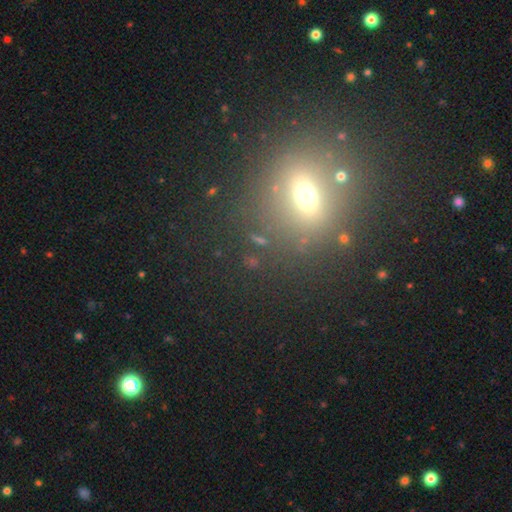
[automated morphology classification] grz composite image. It shows a smooth galaxy with no disk features (43%). Merging: none (83%).